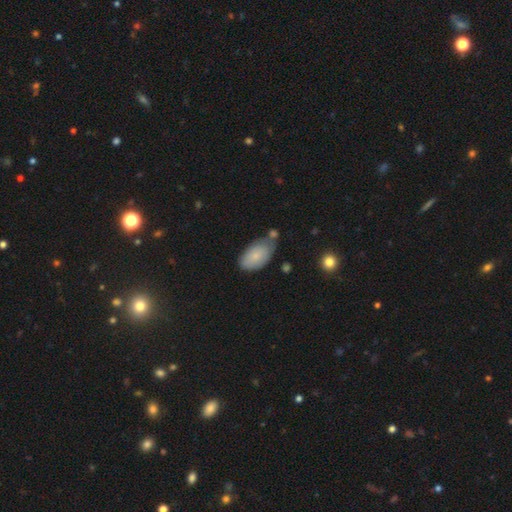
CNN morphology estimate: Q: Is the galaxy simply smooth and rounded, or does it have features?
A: smooth — 80%.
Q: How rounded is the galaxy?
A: in between — 94%.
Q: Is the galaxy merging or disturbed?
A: none — 52%.